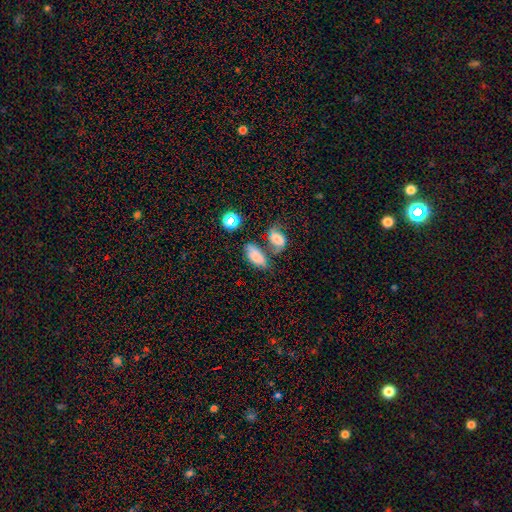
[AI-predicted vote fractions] Smooth or featured?
  - smooth: 73% *
  - star or artifact: 13%
  - featured or disk: 13%
How rounded?
  - in between: 88% *
  - round: 7%
  - cigar-shaped: 5%
Merging?
  - none: 46% *
  - merger: 24%
  - minor disturbance: 20%
  - major disturbance: 10%